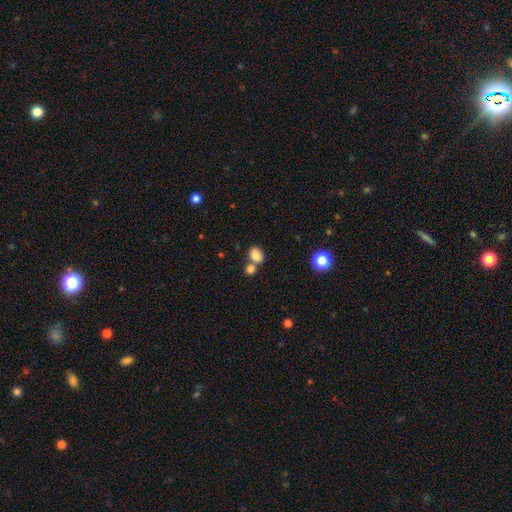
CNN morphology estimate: smooth 82%, star or artifact 10%, featured or disk 8%. Down the decision tree: how rounded — in between (59%); merging — none (48%).